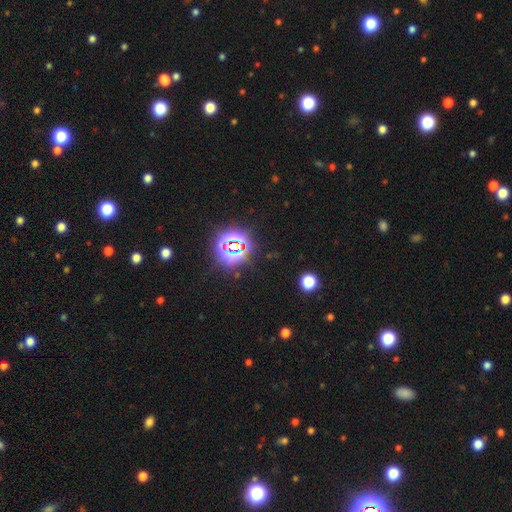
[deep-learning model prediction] smooth_or_featured: star or artifact (p=0.80) [alt: smooth p=0.14]